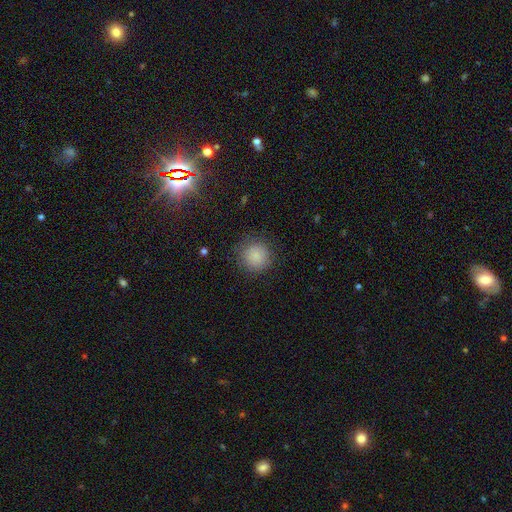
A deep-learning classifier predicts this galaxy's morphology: This is clearly a smooth galaxy (85%). How rounded: clearly round (94%). Merging: clearly none (85%).